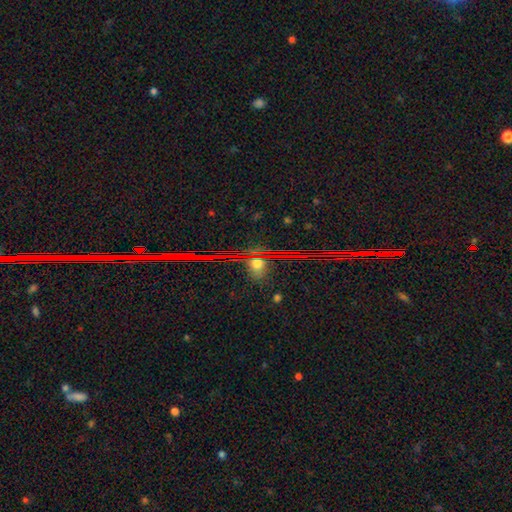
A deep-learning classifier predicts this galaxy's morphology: Smooth or featured? star or artifact (75%)